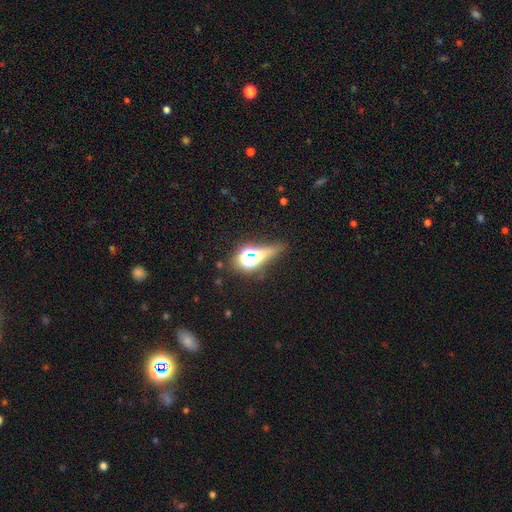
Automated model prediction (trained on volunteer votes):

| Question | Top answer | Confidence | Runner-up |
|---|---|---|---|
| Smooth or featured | star or artifact | 43% | smooth (40%) |